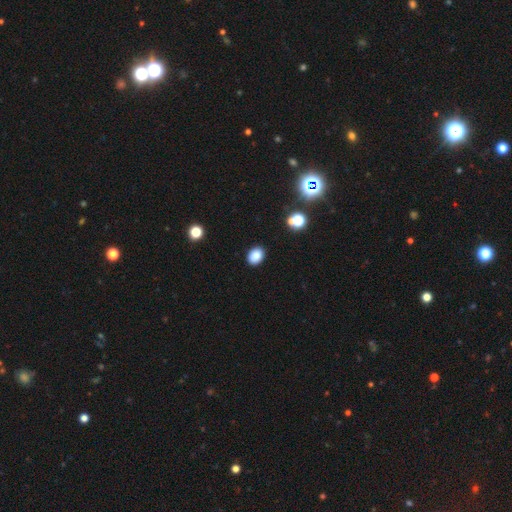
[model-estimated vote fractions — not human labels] A smooth galaxy with no disk features (85%) that is in between round and cigar-shaped (61%). Merging: none (89%).